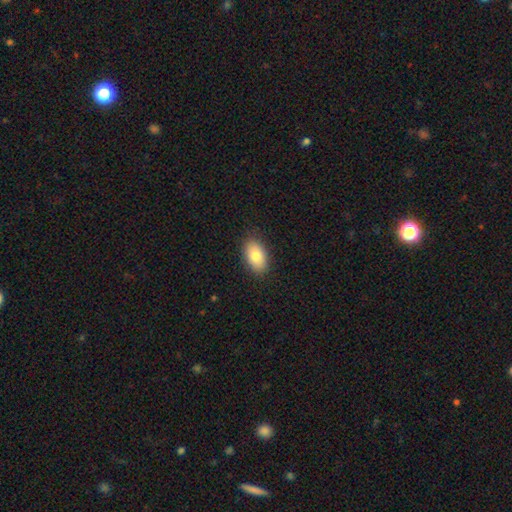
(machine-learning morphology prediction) This is clearly a smooth galaxy (80%). How rounded: clearly in between (92%). Merging: clearly none (87%).